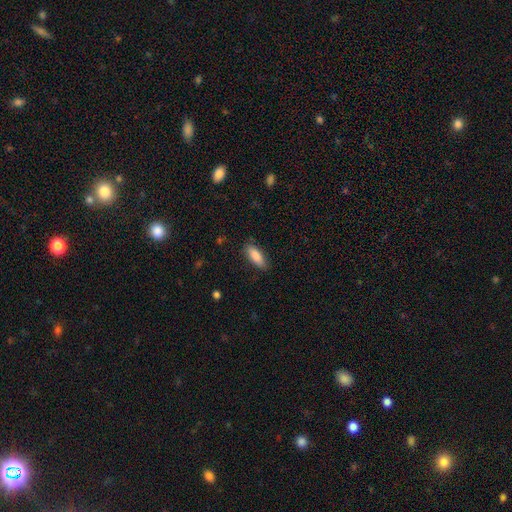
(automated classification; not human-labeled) Overall: smooth (86%). How rounded: in between (69%). Merging: none (83%).